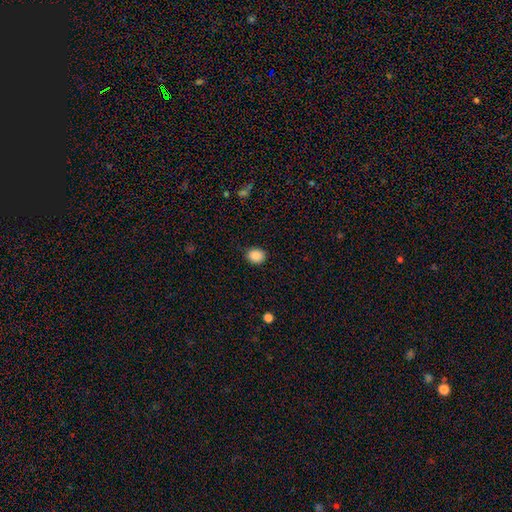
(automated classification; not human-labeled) A smooth galaxy with no disk features (88%) that is round (59%). Merging: none (87%).